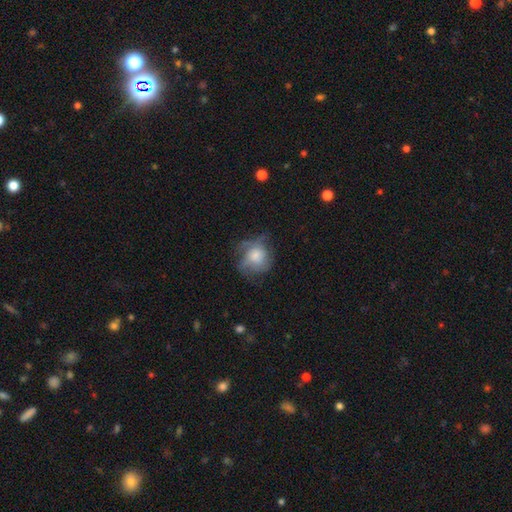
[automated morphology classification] Smooth or featured? Predicted: smooth (p=0.55). How rounded? Predicted: round (p=0.75). Merging? Predicted: none (p=0.48).